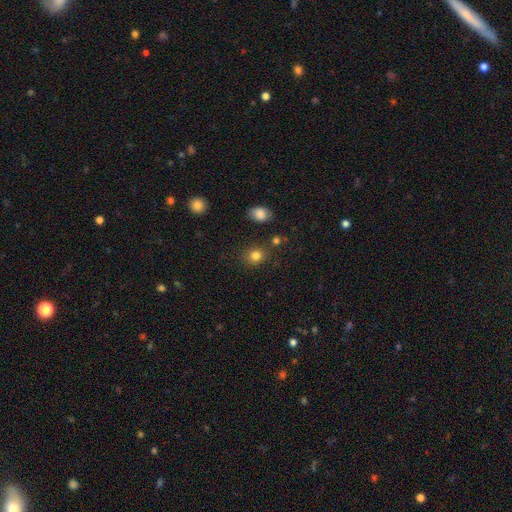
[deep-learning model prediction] Morphology: type=smooth (82%); roundness=round (72%); merging=none (82%).